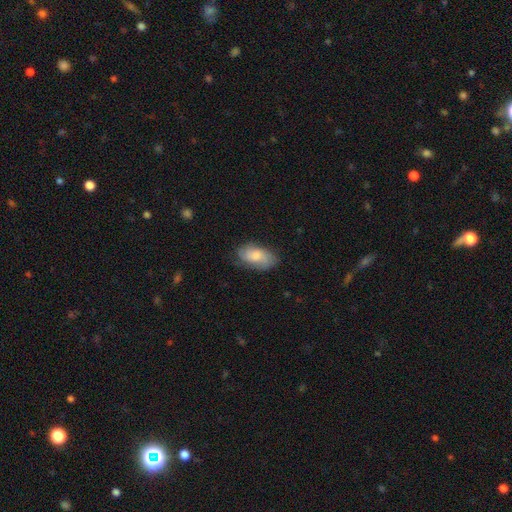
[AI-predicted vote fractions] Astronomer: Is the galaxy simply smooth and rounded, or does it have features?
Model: smooth — 56% (runner-up: featured or disk, 37%).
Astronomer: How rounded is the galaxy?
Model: in between — 92%.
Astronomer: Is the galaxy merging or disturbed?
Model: none — 69%.